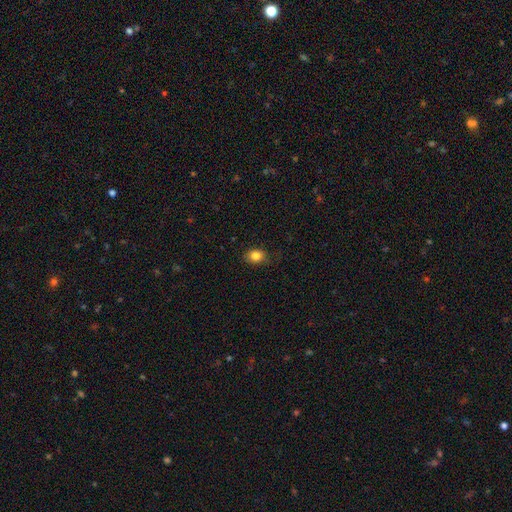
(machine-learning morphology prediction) type=smooth (83%); roundness=in between (55%); merging=none (79%).